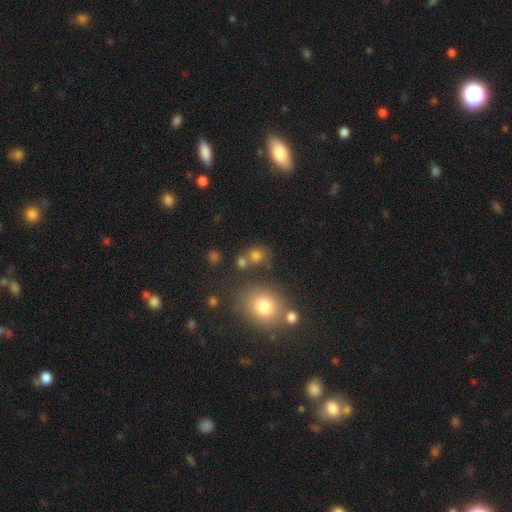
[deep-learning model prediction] Smooth or featured: smooth — 75% (star or artifact — 16%)
How rounded: round — 77% (in between — 22%)
Merging: none — 60% (merger — 23%)